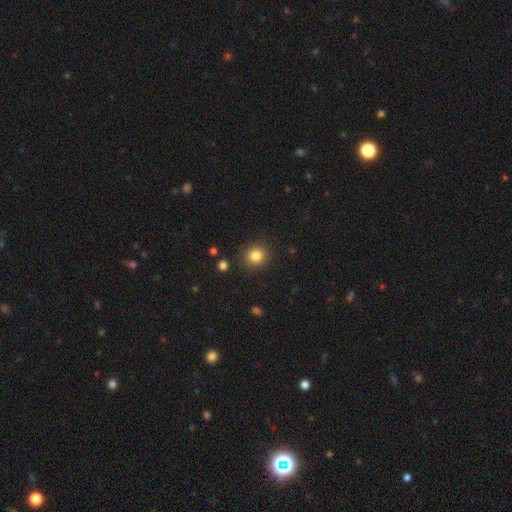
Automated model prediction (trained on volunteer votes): Morphology: type=smooth (84%); roundness=round (89%); merging=none (89%).